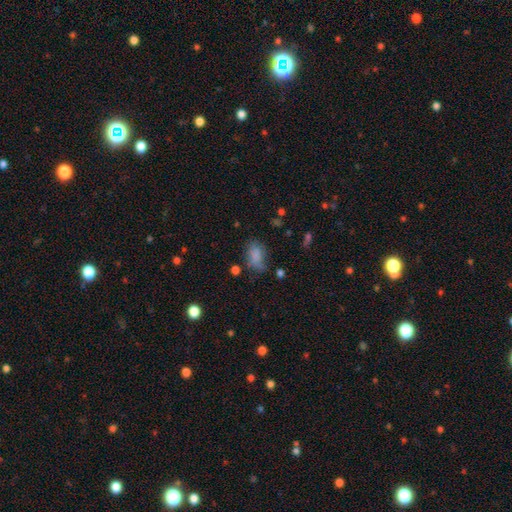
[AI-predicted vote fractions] This is likely a smooth galaxy (77%). How rounded: clearly in between (88%). Merging: possibly none (47%).